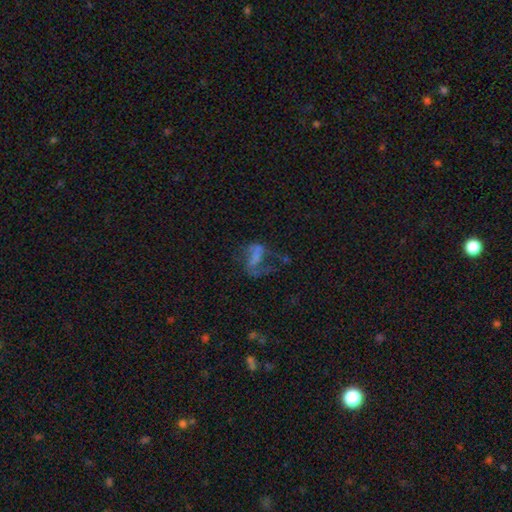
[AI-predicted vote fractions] A featured or disk galaxy (50%).

Vote fractions:
- Smooth or featured? featured or disk: 50% / smooth: 32% / star or artifact: 18%
- Edge-on disk? no: 96% / yes: 4%
- Merging? major disturbance: 49% / none: 27% / minor disturbance: 16% / merger: 8%